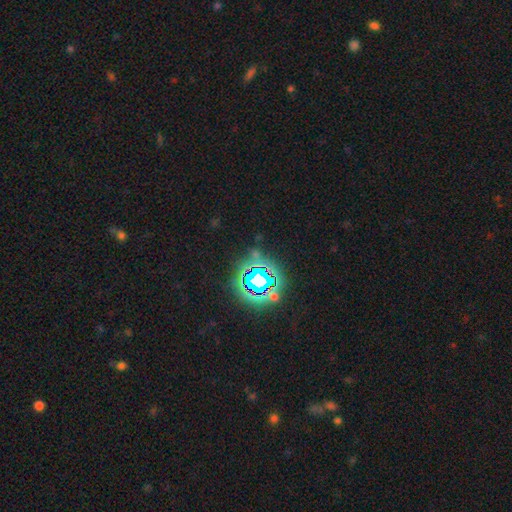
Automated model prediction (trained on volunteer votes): This appears to be a star or artifact, not a galaxy (75%).